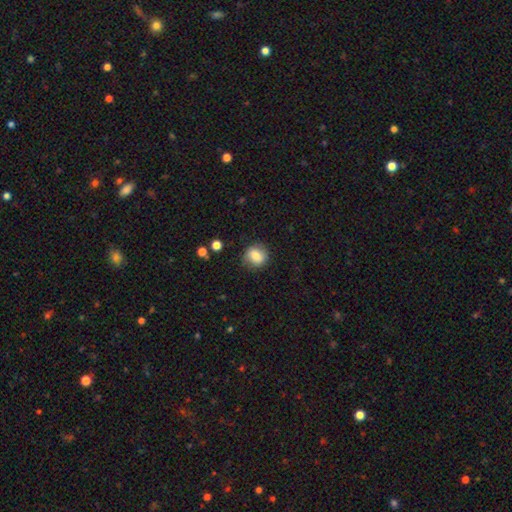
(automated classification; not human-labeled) Smooth or featured? smooth (81%)
How rounded? round (80%)
Merging? none (82%)